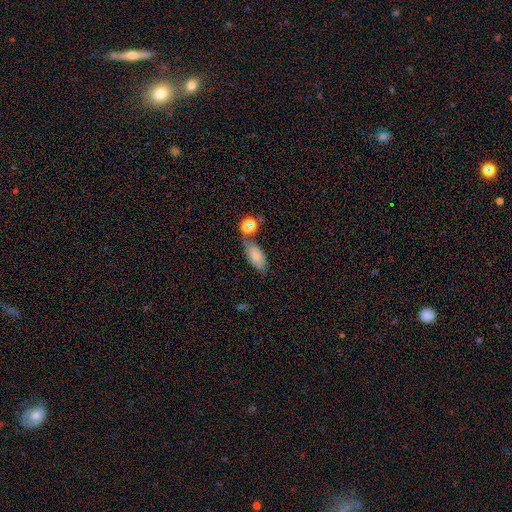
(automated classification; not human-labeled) This is likely a smooth galaxy (76%). How rounded: clearly in between (86%). Merging: possibly none (59%).